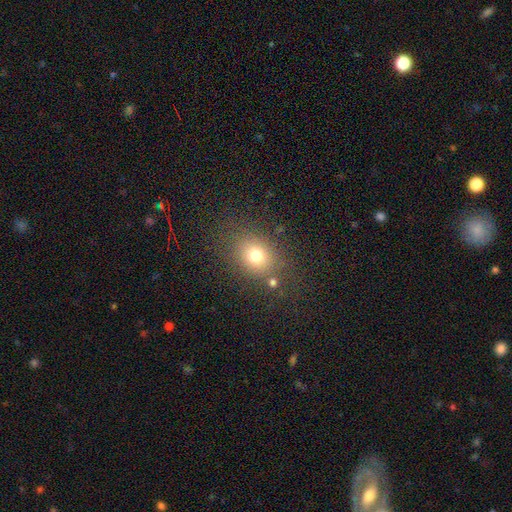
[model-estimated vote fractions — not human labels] A smooth galaxy with no disk features (75%) that is round (56%).

Vote fractions:
- Smooth or featured? smooth: 75% / star or artifact: 15% / featured or disk: 10%
- How rounded? round: 56% / in between: 43% / cigar-shaped: 1%
- Merging? none: 76% / minor disturbance: 12% / major disturbance: 6% / merger: 5%